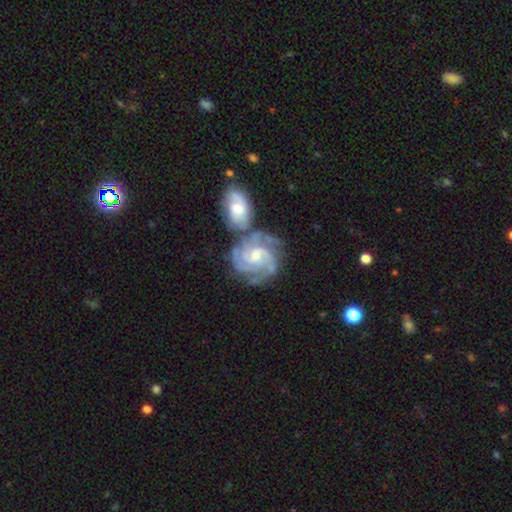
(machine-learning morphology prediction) This appears to be a featured or disk galaxy (90%) with no bar (53%), 3 (42%) tight (65%) spiral arms (98%) and a small central bulge (51%). Merging: none (45%).